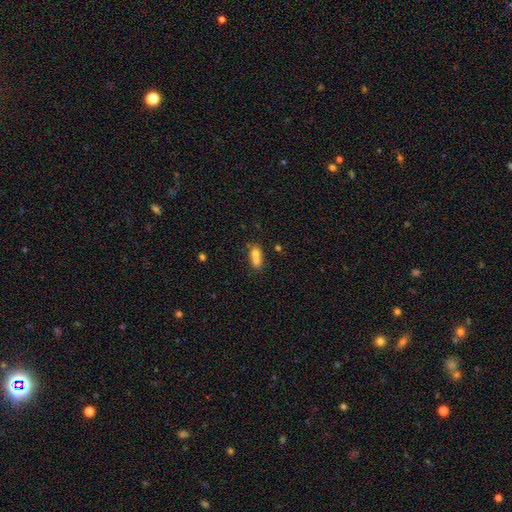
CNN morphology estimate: A smooth galaxy with no disk features (70%) that is in between round and cigar-shaped (63%).

Vote fractions:
- Smooth or featured? smooth: 70% / featured or disk: 18% / star or artifact: 11%
- How rounded? in between: 63% / round: 29% / cigar-shaped: 8%
- Merging? merger: 62% / none: 25% / minor disturbance: 9% / major disturbance: 5%